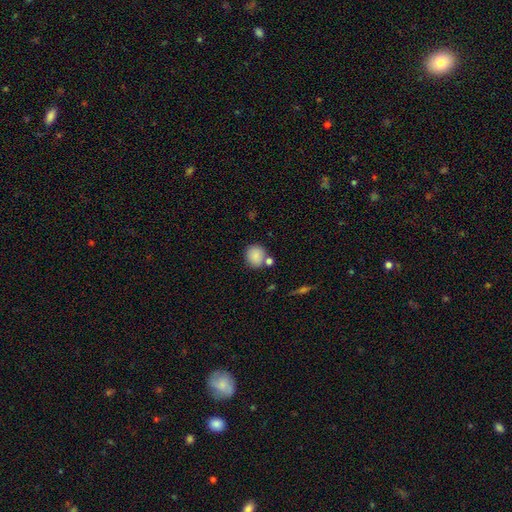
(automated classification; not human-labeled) This is clearly a smooth galaxy (86%). How rounded: likely round (79%). Merging: likely none (69%).